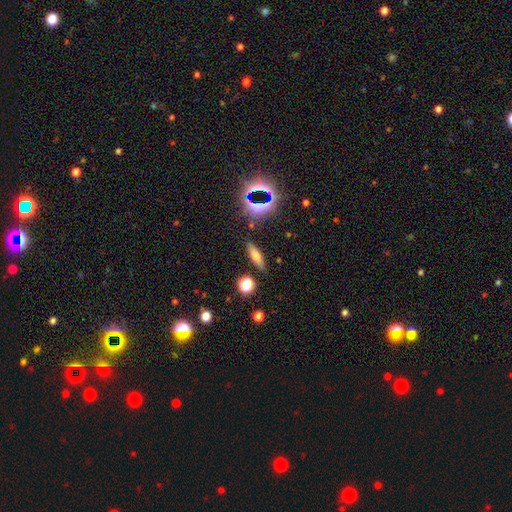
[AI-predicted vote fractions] A smooth galaxy with no disk features (63%) that is cigar-shaped (53%).

Vote fractions:
- Smooth or featured? smooth: 63% / featured or disk: 22% / star or artifact: 15%
- How rounded? cigar-shaped: 53% / in between: 42% / round: 5%
- Merging? none: 83% / minor disturbance: 10% / merger: 4% / major disturbance: 3%